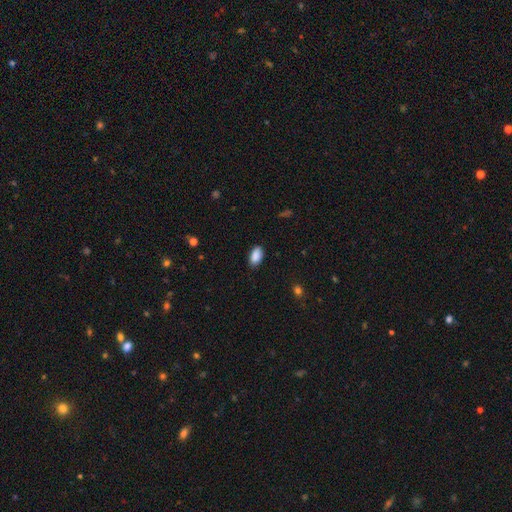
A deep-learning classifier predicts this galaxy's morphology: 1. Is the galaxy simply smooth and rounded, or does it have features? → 90% smooth, 7% star or artifact, 3% featured or disk.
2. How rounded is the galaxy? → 93% in between, 4% round, 2% cigar-shaped.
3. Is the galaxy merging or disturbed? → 85% none, 11% minor disturbance, 2% major disturbance, 1% merger.